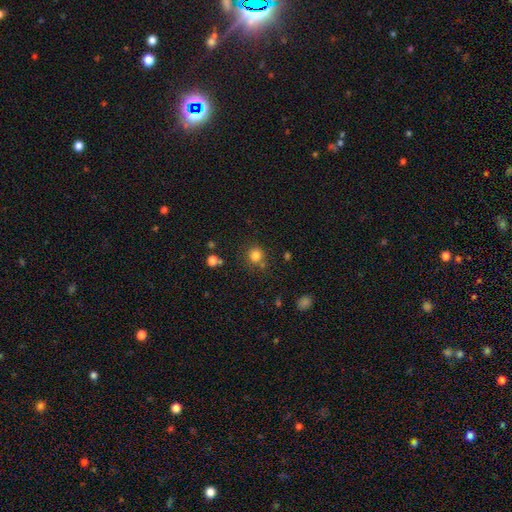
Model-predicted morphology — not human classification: Smooth or featured? Predicted: smooth (p=0.81). How rounded? Predicted: round (p=0.89). Merging? Predicted: none (p=0.74).